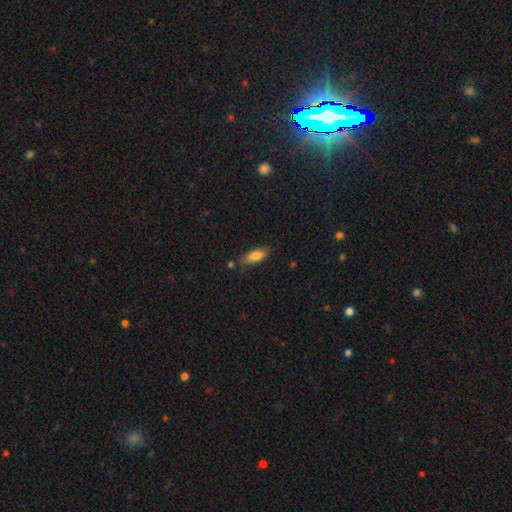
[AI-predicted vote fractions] Smooth or featured?
  - smooth: 78% *
  - featured or disk: 15%
  - star or artifact: 7%
How rounded?
  - in between: 64% *
  - cigar-shaped: 33%
  - round: 2%
Merging?
  - none: 71% *
  - minor disturbance: 20%
  - merger: 5%
  - major disturbance: 4%